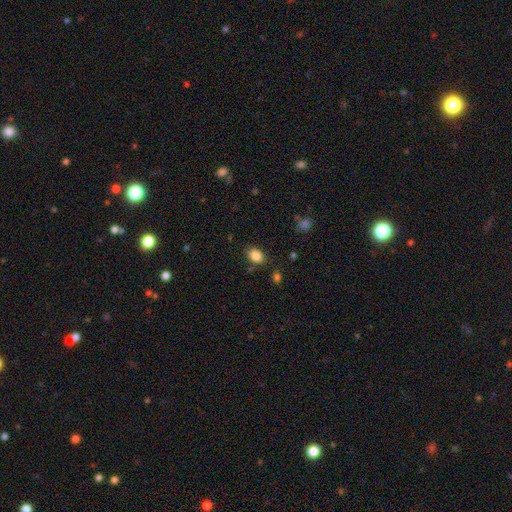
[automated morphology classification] Overall: smooth (85%). How rounded: in between (73%). Merging: none (81%).